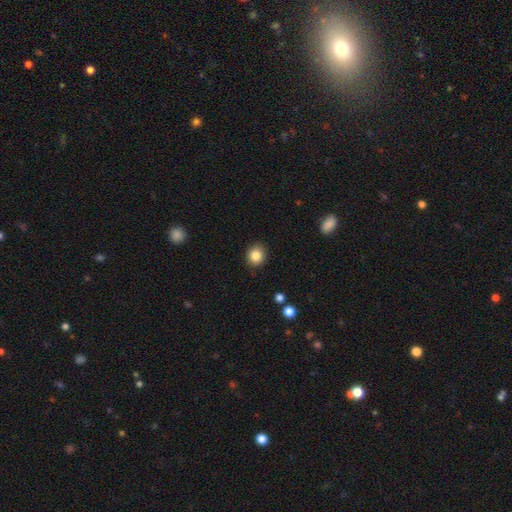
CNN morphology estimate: Smooth or featured?
  - smooth: 85% *
  - star or artifact: 10%
  - featured or disk: 6%
How rounded?
  - round: 75% *
  - in between: 24%
  - cigar-shaped: 1%
Merging?
  - none: 89% *
  - minor disturbance: 8%
  - major disturbance: 2%
  - merger: 1%